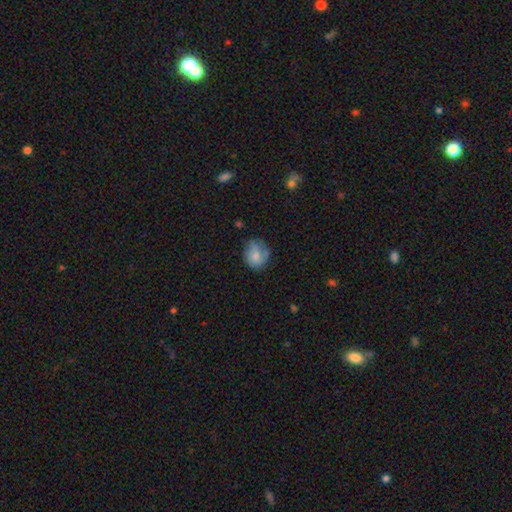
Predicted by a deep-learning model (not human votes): The model was most divided on "merging": none: 54%, minor disturbance: 29%, major disturbance: 14%, merger: 4%. More confident: how rounded — round (70%); smooth or featured — smooth (68%).